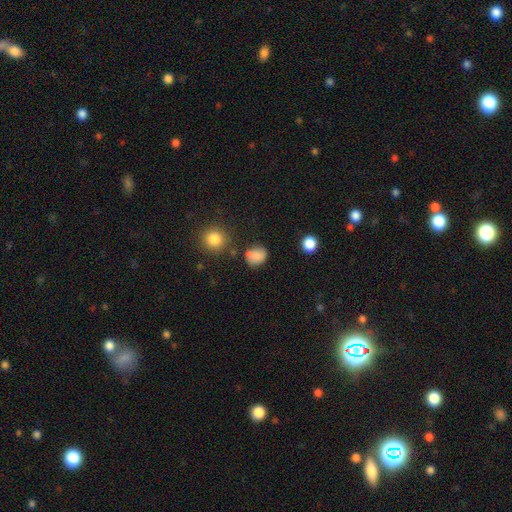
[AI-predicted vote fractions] This is clearly a smooth galaxy (83%). How rounded: likely round (65%). Merging: likely none (68%).